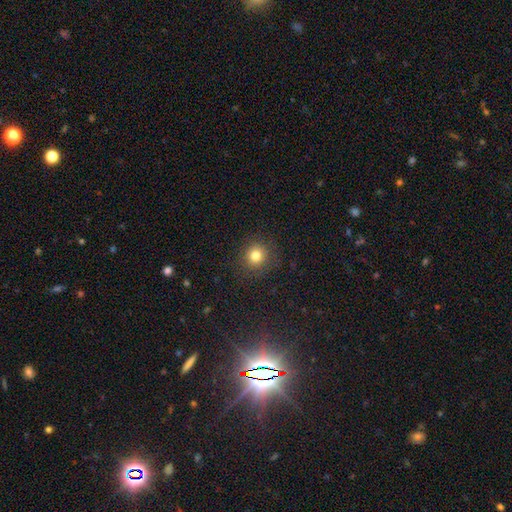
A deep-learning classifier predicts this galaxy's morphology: Smooth or featured? smooth (81%)
How rounded? round (91%)
Merging? none (89%)